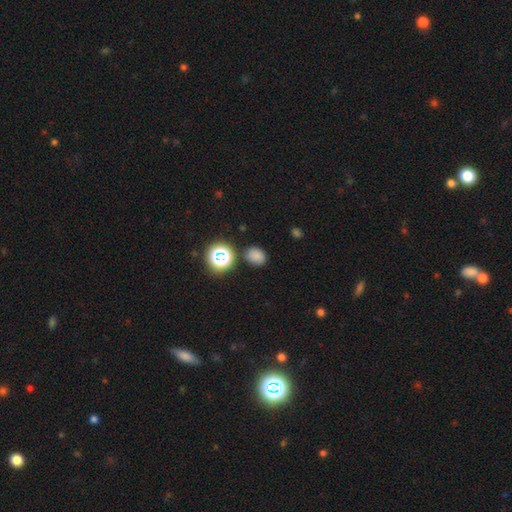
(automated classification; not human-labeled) Q: Smooth or featured?
A: smooth (75%); runner-up: star or artifact (19%)
Q: How rounded?
A: in between (51%); runner-up: round (48%)
Q: Merging?
A: none (81%); runner-up: minor disturbance (12%)